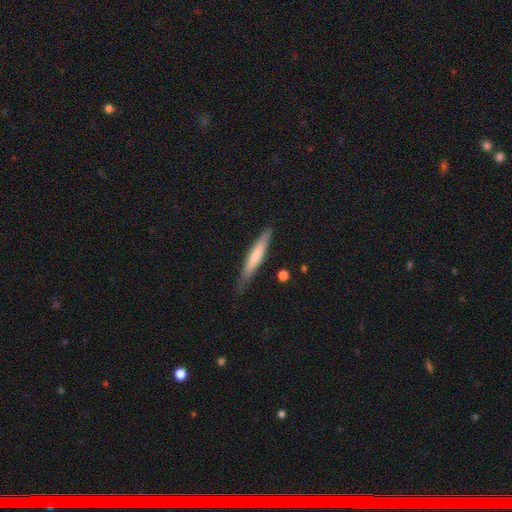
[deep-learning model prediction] Q: Smooth or featured?
A: smooth (63%); runner-up: featured or disk (31%)
Q: How rounded?
A: cigar-shaped (93%); runner-up: in between (6%)
Q: Merging?
A: none (82%); runner-up: minor disturbance (14%)